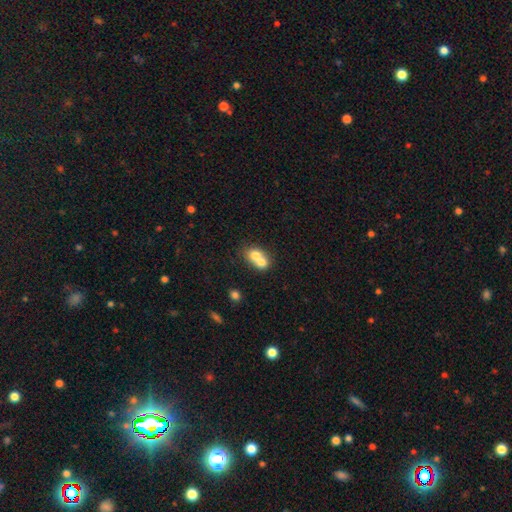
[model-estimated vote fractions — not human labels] Overall: smooth (68%). How rounded: round (61%; in between 38%). Merging: merger (72%).